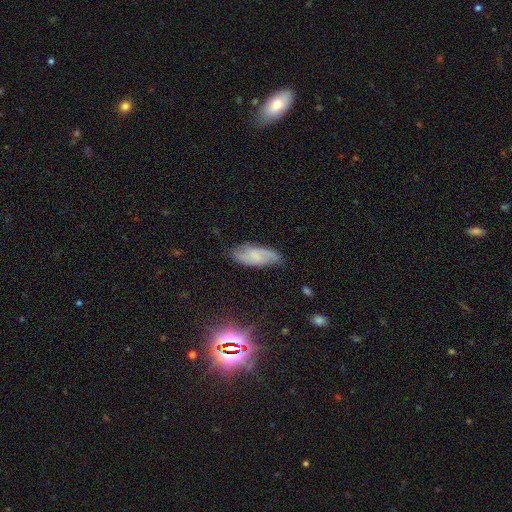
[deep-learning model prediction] A smooth galaxy with no disk features (47%).

Vote fractions:
- Smooth or featured? smooth: 47% / featured or disk: 42% / star or artifact: 11%
- Merging? none: 71% / minor disturbance: 22% / major disturbance: 5% / merger: 2%